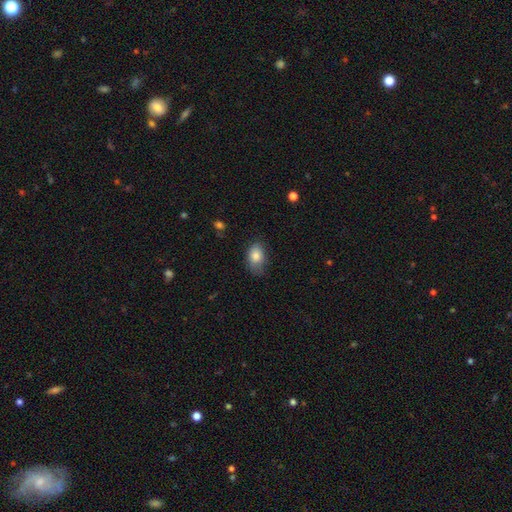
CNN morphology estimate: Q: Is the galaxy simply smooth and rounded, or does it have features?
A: smooth — 83%.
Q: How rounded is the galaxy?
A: in between — 86%.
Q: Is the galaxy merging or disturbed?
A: none — 63%.